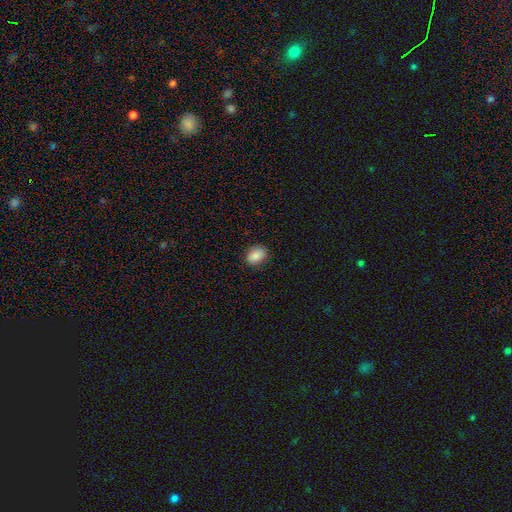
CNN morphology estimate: smooth 87%, star or artifact 8%, featured or disk 5%. Down the decision tree: how rounded — in between (67%); merging — none (85%).